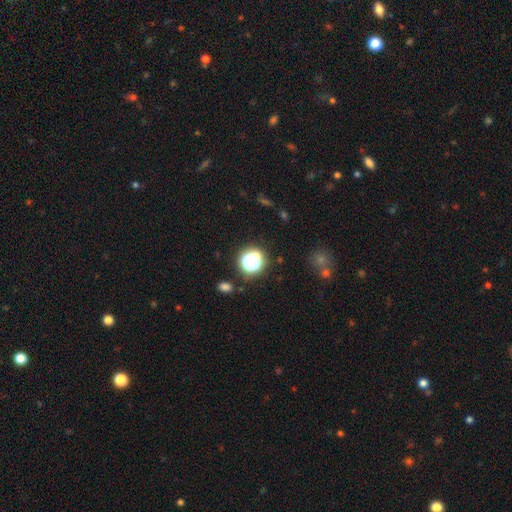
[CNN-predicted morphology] A star or artifact, not a galaxy (48%).